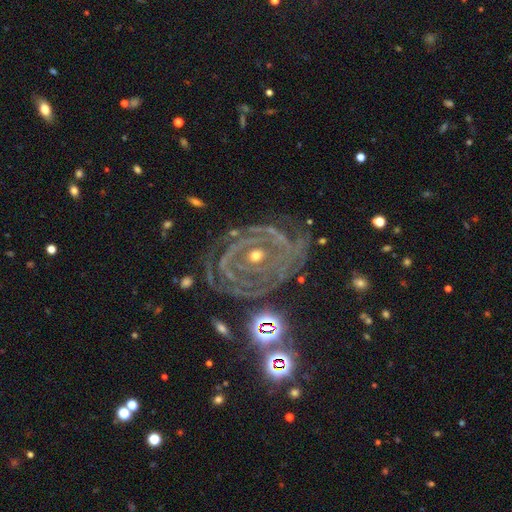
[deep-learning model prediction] This appears to be a featured or disk galaxy (89%) with no bar (72%), tight (77%) spiral arms (93%) and a moderate central bulge (50%). Merging: none (65%).